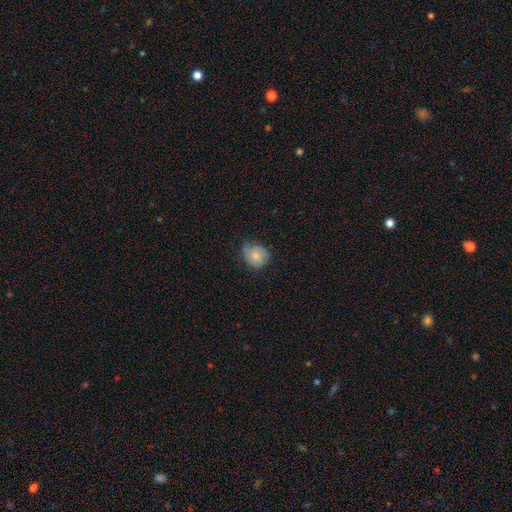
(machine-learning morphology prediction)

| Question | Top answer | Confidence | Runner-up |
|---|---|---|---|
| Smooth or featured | smooth | 70% | featured or disk (22%) |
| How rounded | round | 77% | in between (22%) |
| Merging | none | 52% | minor disturbance (36%) |